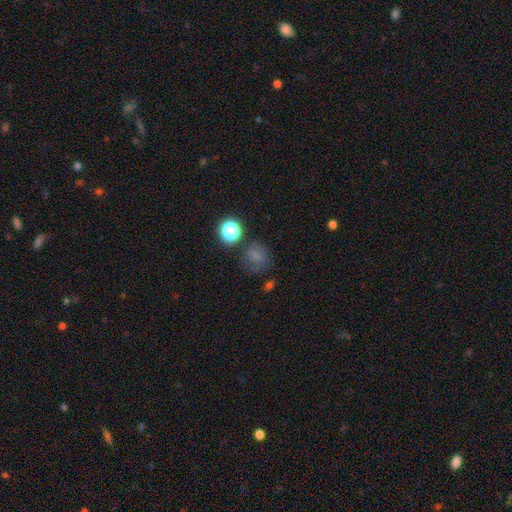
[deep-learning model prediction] A smooth galaxy with no disk features (60%) that is round (80%).

Vote fractions:
- Smooth or featured? smooth: 60% / star or artifact: 25% / featured or disk: 15%
- How rounded? round: 80% / in between: 19% / cigar-shaped: 1%
- Merging? none: 68% / minor disturbance: 17% / major disturbance: 9% / merger: 6%